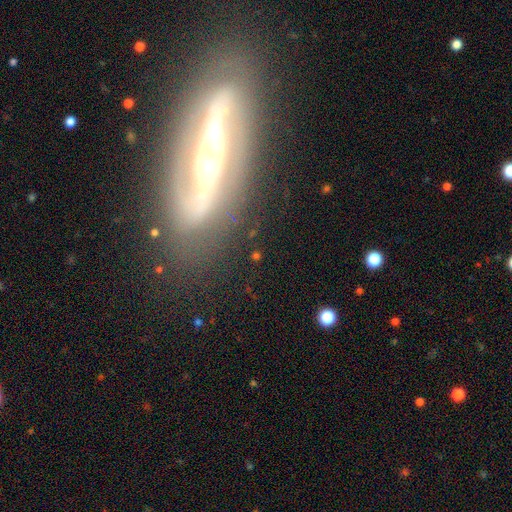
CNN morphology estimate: Smooth or featured: featured or disk — 54% (smooth — 26%)
Edge-on disk: no — 59% (yes — 41%)
Merging: none — 67% (minor disturbance — 15%)